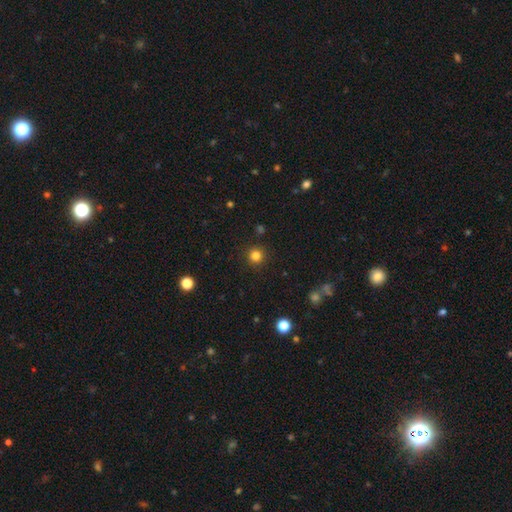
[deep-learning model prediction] Smooth or featured? smooth (82%)
How rounded? round (95%)
Merging? none (92%)